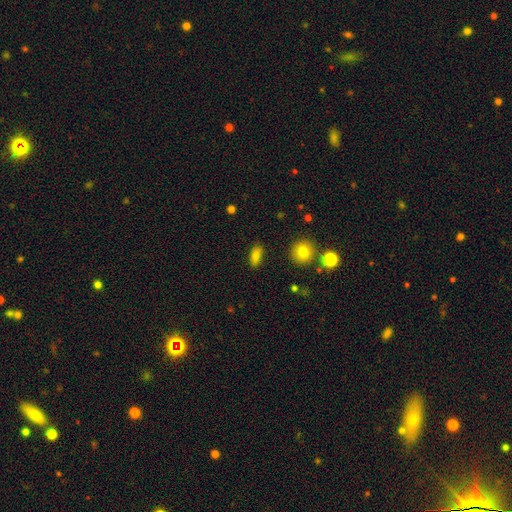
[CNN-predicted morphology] smooth_or_featured: smooth (p=0.78) [alt: star or artifact p=0.11]
how_rounded: in between (p=0.80) [alt: cigar-shaped p=0.14]
merging: none (p=0.85) [alt: minor disturbance p=0.10]